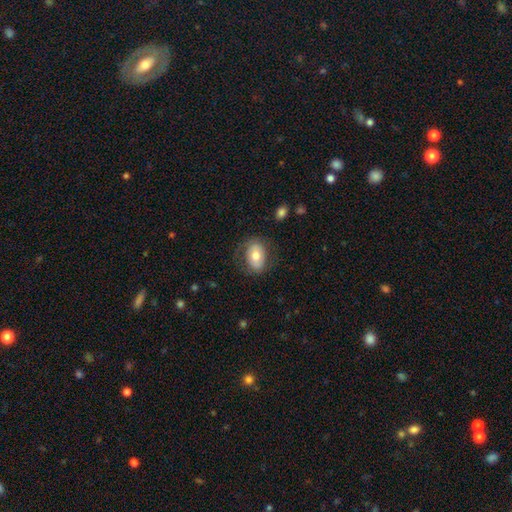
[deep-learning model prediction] A smooth galaxy with no disk features (68%) that is in between round and cigar-shaped (82%).

Vote fractions:
- Smooth or featured? smooth: 68% / featured or disk: 25% / star or artifact: 7%
- How rounded? in between: 82% / round: 16% / cigar-shaped: 1%
- Merging? none: 71% / minor disturbance: 18% / major disturbance: 9% / merger: 1%